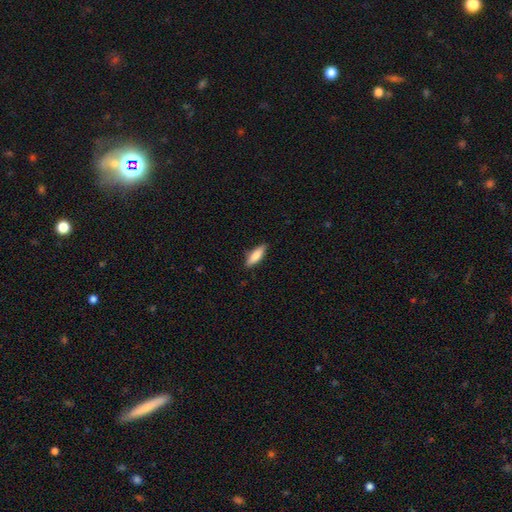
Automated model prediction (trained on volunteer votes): The model was most divided on "how rounded": cigar-shaped: 50%, in between: 48%, round: 2%. More confident: merging — none (86%); smooth or featured — smooth (82%).